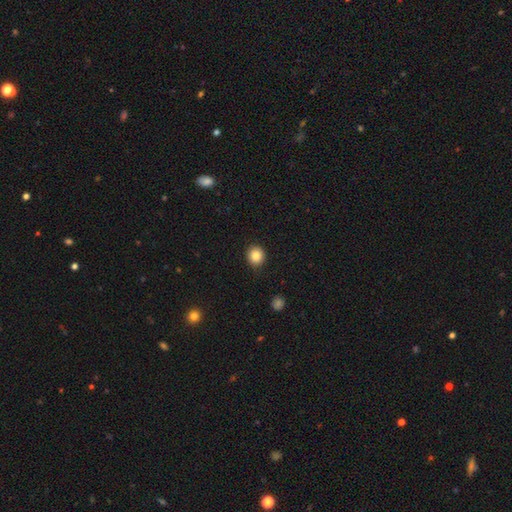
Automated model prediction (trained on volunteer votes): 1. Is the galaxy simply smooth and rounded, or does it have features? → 85% smooth, 10% star or artifact, 5% featured or disk.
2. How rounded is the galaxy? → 86% round, 13% in between, 1% cigar-shaped.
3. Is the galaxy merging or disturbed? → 90% none, 7% minor disturbance, 2% major disturbance, 1% merger.